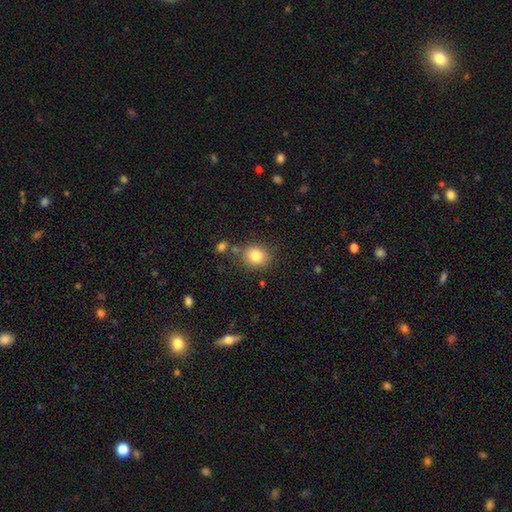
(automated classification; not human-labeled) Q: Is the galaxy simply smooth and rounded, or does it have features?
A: smooth — 83%.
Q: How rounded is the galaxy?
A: round — 71%.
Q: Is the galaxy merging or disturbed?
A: none — 78%.